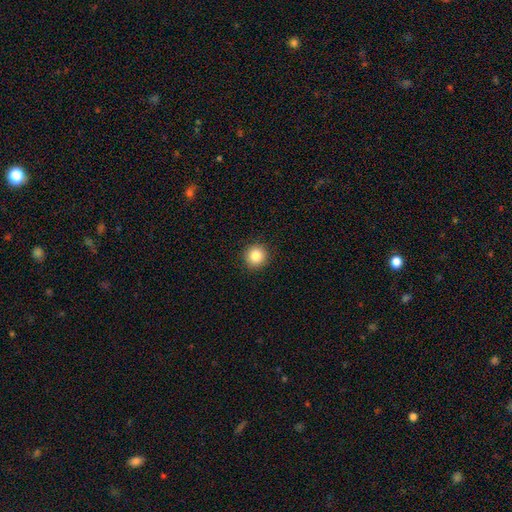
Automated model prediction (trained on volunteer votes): Q: Smooth or featured?
A: smooth (85%); runner-up: star or artifact (10%)
Q: How rounded?
A: round (94%); runner-up: in between (5%)
Q: Merging?
A: none (92%); runner-up: minor disturbance (5%)